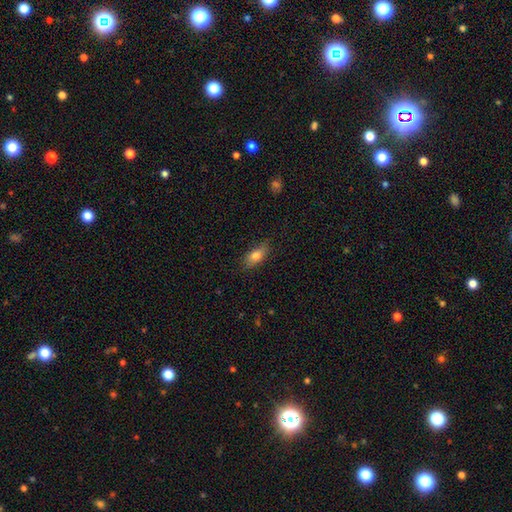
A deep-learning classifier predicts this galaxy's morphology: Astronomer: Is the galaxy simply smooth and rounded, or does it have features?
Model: smooth — 78%.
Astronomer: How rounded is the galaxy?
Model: in between — 80%.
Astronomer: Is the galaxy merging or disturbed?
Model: none — 82%.